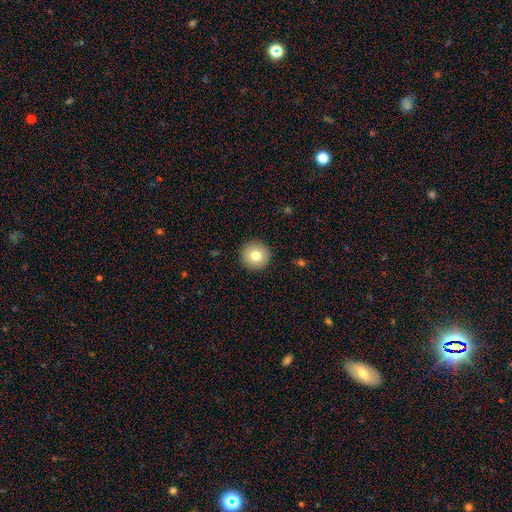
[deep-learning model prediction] A smooth galaxy with no disk features (77%) that is round (96%). Merging: none (92%).